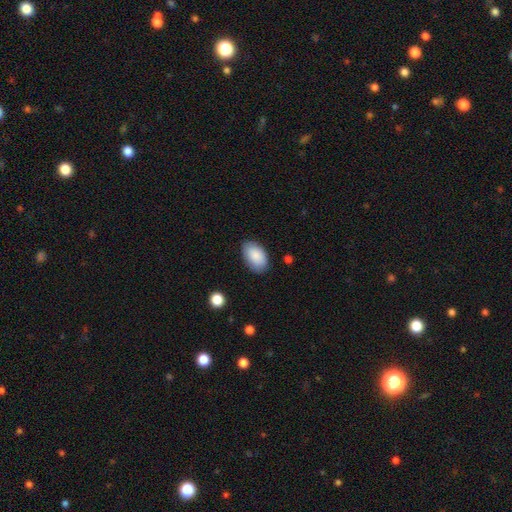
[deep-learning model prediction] The model was most divided on "merging": none: 84%, minor disturbance: 13%, major disturbance: 3%, merger: 1%. More confident: how rounded — in between (94%); smooth or featured — smooth (88%).